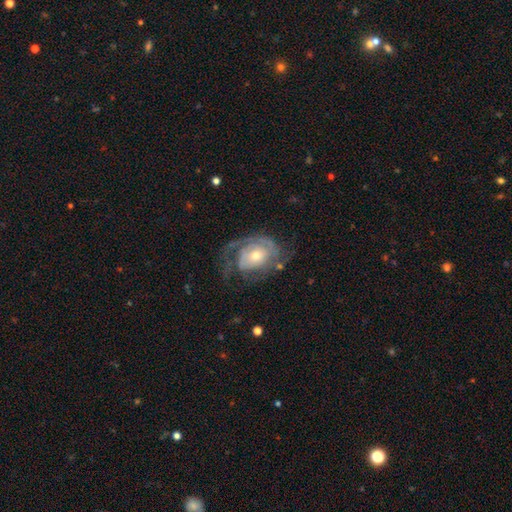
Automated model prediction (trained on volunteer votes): Smooth or featured?
  - featured or disk: 80% *
  - smooth: 14%
  - star or artifact: 6%
Edge-on disk?
  - no: 97% *
  - yes: 3%
Bar?
  - no: 71% *
  - weak: 23%
  - strong: 5%
Spiral arms?
  - yes: 88% *
  - no: 12%
Spiral winding?
  - tight: 49% *
  - medium: 35%
  - loose: 16%
Spiral arm count?
  - 2: 40% *
  - can't tell: 26%
  - 1: 17%
  - 3: 10%
  - 4: 3%
  - more than 4: 3%
Bulge size?
  - moderate: 50% *
  - small: 42%
  - large: 5%
  - none: 1%
  - dominant: 1%
Merging?
  - none: 53% *
  - major disturbance: 24%
  - minor disturbance: 21%
  - merger: 2%